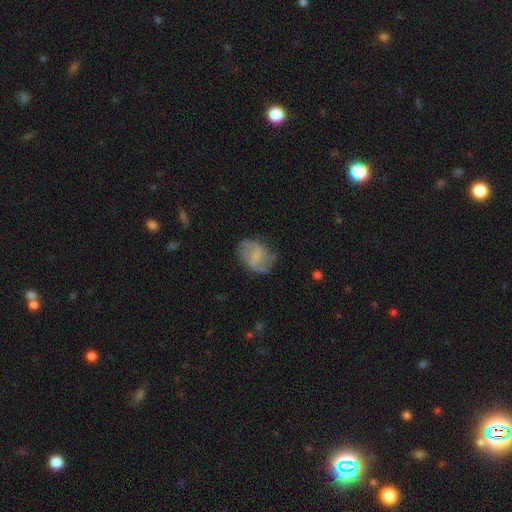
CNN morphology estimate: featured or disk 66%, smooth 27%, star or artifact 7%. Down the decision tree: edge-on disk — no (97%); bar — weak (51%); spiral arms — yes (87%); spiral arm count — 2 (83%); spiral winding — loose (58%); bulge size — none (42%, tied with small); merging — none (68%).